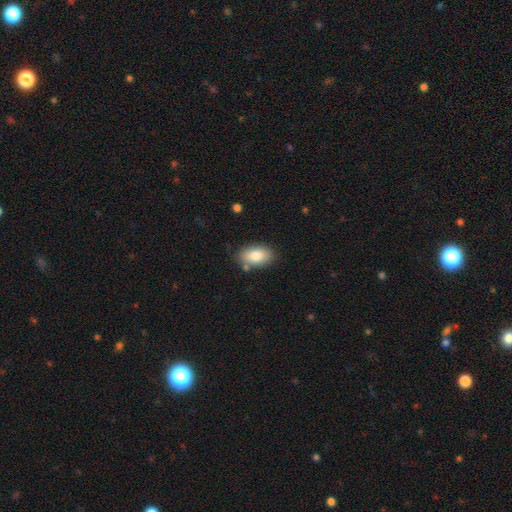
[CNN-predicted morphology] Q: Smooth or featured?
A: smooth (82%); runner-up: featured or disk (10%)
Q: How rounded?
A: in between (91%); runner-up: round (7%)
Q: Merging?
A: none (80%); runner-up: minor disturbance (13%)